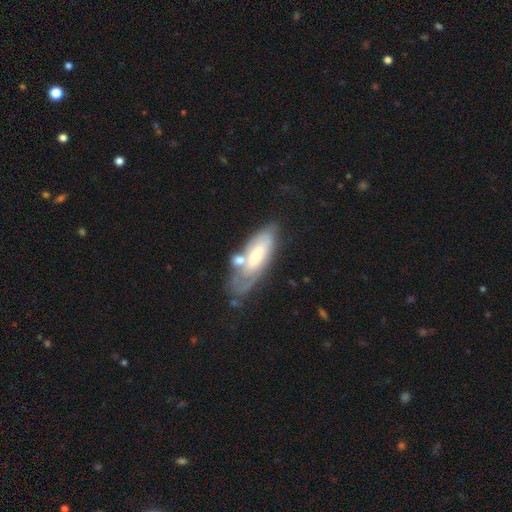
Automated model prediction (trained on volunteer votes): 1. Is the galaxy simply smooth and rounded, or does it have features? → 55% featured or disk, 38% smooth, 7% star or artifact.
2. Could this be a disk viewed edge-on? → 80% no, 20% yes.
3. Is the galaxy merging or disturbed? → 46% none, 24% minor disturbance, 16% merger, 14% major disturbance.